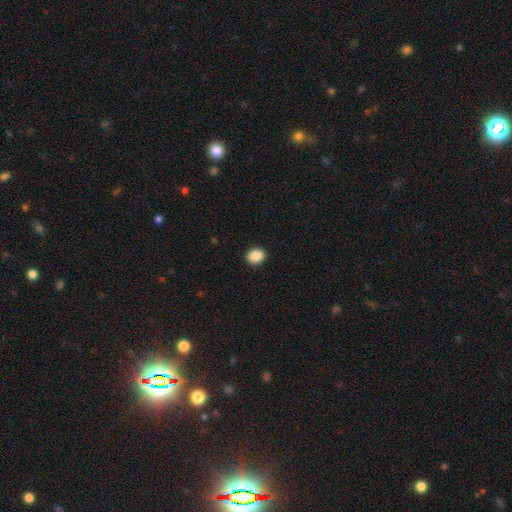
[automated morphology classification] Smooth or featured? Predicted: smooth (p=0.88). How rounded? Predicted: round (p=0.55). Merging? Predicted: none (p=0.92).